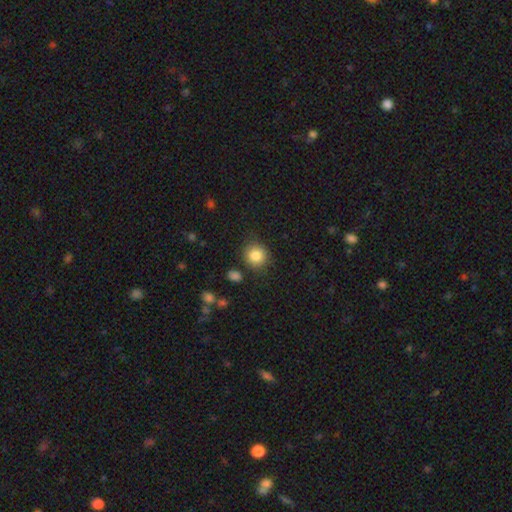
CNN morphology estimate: Q: Smooth or featured?
A: smooth (84%); runner-up: star or artifact (10%)
Q: How rounded?
A: round (88%); runner-up: in between (11%)
Q: Merging?
A: none (84%); runner-up: minor disturbance (10%)